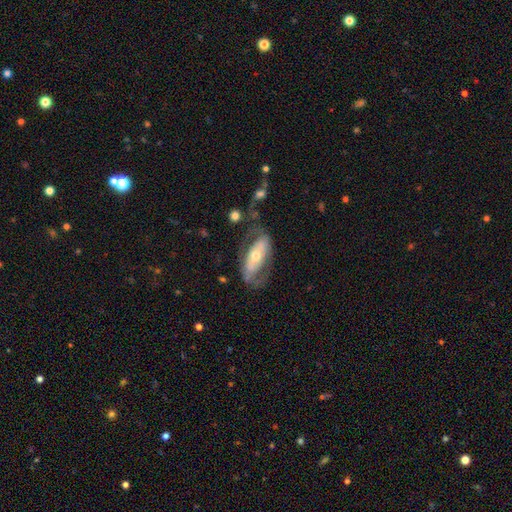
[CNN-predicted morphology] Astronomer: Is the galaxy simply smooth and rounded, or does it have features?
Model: featured or disk — 64%.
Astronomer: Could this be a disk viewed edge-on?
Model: no — 86%.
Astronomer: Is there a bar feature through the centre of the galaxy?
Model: no — 54%.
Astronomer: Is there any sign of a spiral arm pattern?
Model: yes — 54% (runner-up: no, 46%).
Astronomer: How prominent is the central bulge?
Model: moderate — 59%.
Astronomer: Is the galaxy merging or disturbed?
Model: none — 54%.